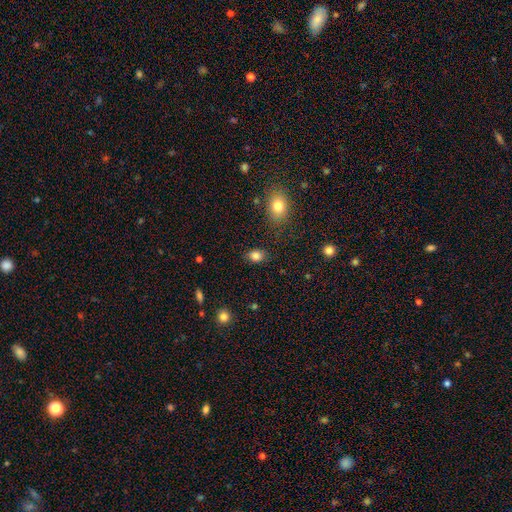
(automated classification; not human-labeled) The model was most divided on "how rounded": in between: 71%, round: 27%, cigar-shaped: 1%. More confident: smooth or featured — smooth (85%); merging — none (82%).